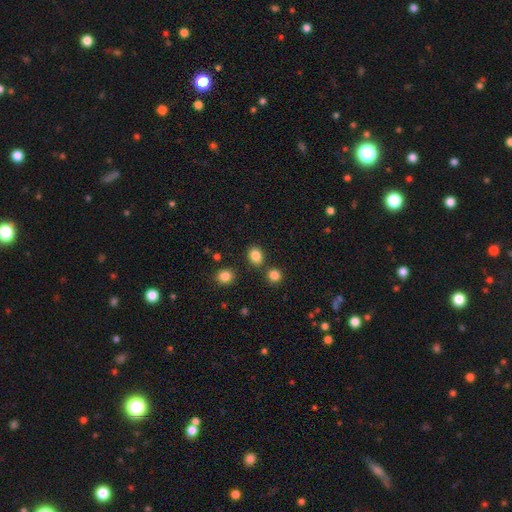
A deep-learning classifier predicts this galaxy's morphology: Overall: smooth (84%). How rounded: round (51%; in between 48%). Merging: none (79%).